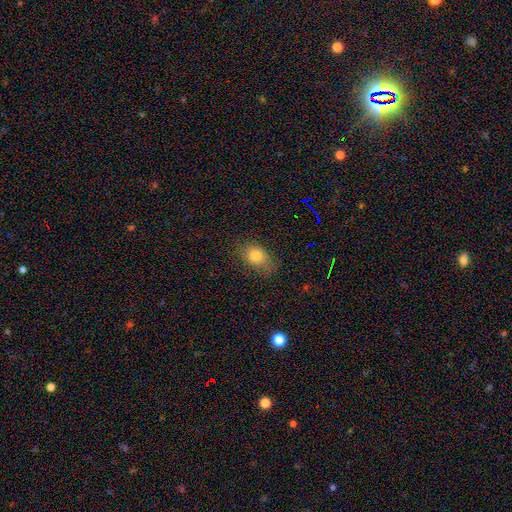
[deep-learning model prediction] Smooth or featured? Predicted: smooth (p=0.80). How rounded? Predicted: in between (p=0.70). Merging? Predicted: none (p=0.70).